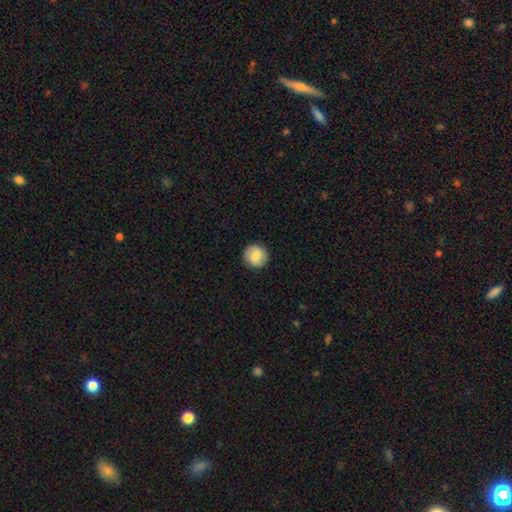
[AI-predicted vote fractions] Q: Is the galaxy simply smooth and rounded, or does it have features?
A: smooth — 76%.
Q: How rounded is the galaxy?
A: round — 93%.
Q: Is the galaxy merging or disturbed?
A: none — 90%.